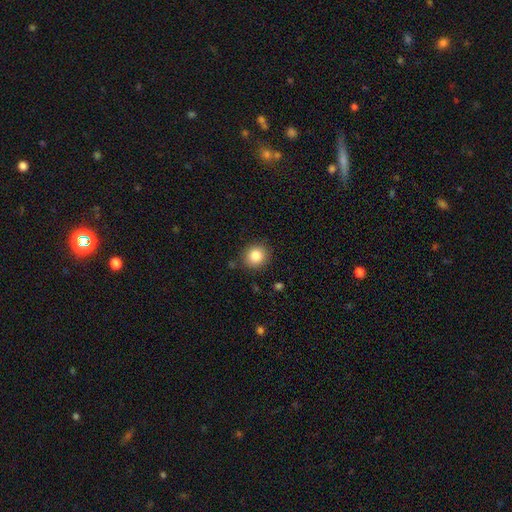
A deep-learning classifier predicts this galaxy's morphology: The model was most divided on "how rounded": round: 85%, in between: 14%, cigar-shaped: 1%. More confident: merging — none (87%); smooth or featured — smooth (84%).